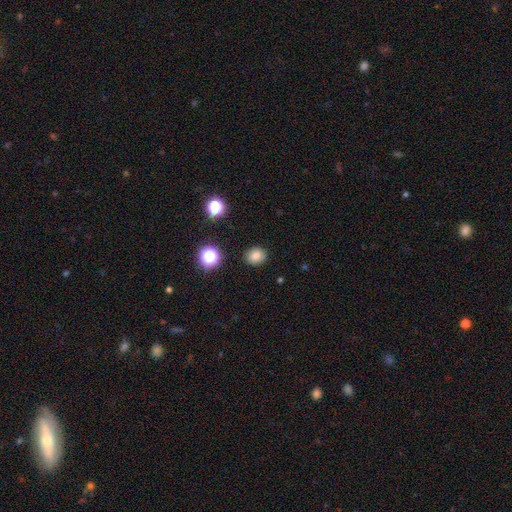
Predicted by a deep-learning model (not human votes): This appears to be a smooth galaxy with no disk features (78%) that is round (67%). Merging: none (88%).